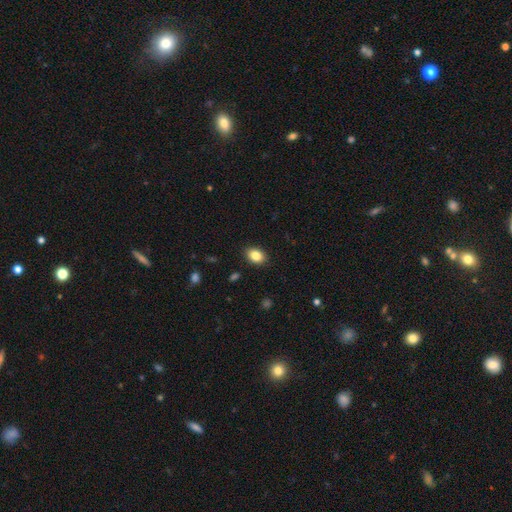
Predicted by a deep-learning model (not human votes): The model was most divided on "how rounded": in between: 76%, round: 23%, cigar-shaped: 1%. More confident: merging — none (89%); smooth or featured — smooth (85%).